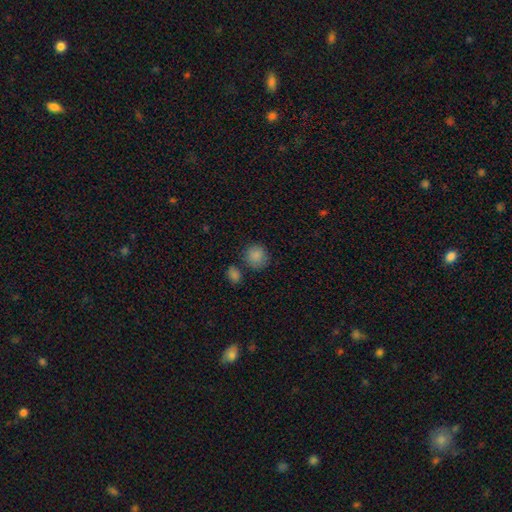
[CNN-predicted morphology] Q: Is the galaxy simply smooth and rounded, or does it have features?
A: smooth — 87%.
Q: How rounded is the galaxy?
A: round — 87%.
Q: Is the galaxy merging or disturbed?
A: none — 73%.